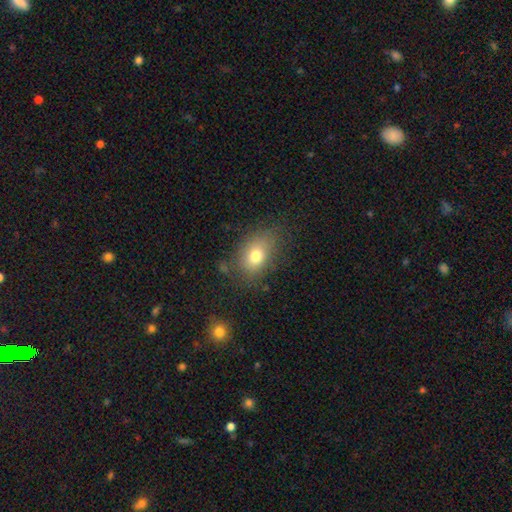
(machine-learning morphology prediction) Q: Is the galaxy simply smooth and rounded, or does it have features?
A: smooth — 75%.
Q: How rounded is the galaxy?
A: in between — 76%.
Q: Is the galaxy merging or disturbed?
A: none — 74%.